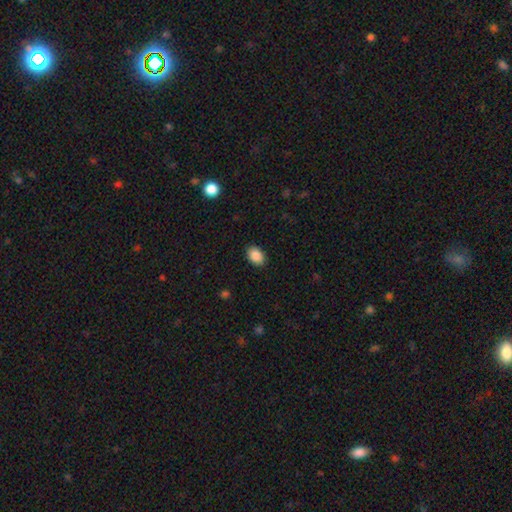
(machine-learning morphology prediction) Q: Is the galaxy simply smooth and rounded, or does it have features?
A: smooth — 89%.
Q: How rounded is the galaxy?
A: in between — 81%.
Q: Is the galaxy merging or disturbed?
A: none — 88%.